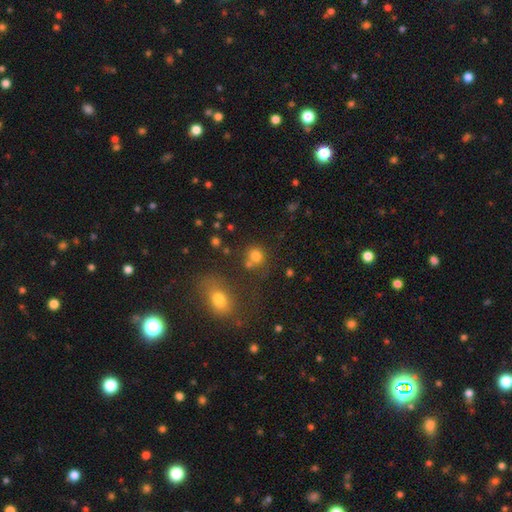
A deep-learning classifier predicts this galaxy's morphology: smooth 76%, star or artifact 16%, featured or disk 8%. Down the decision tree: how rounded — round (81%); merging — none (60%).